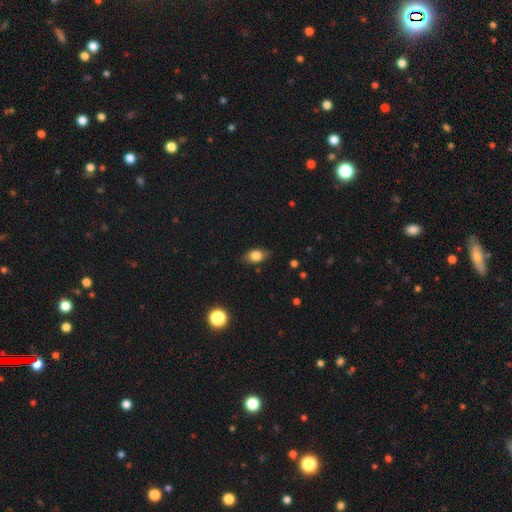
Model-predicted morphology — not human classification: This appears to be a smooth galaxy with no disk features (79%) that is in between round and cigar-shaped (82%). Merging: none (81%).